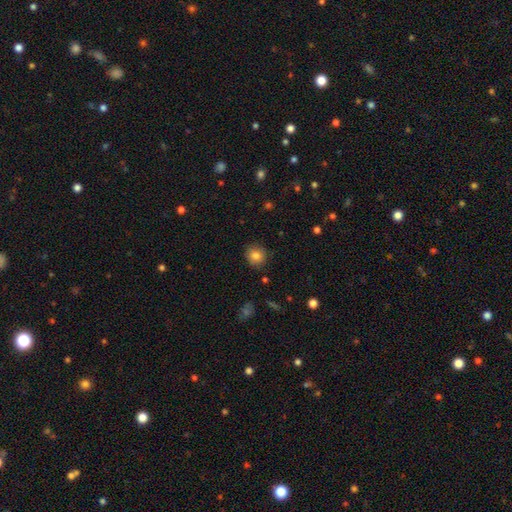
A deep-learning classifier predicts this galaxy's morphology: smooth_or_featured: smooth (p=0.82) [alt: star or artifact p=0.10]
how_rounded: round (p=0.85) [alt: in between p=0.14]
merging: none (p=0.89) [alt: minor disturbance p=0.08]